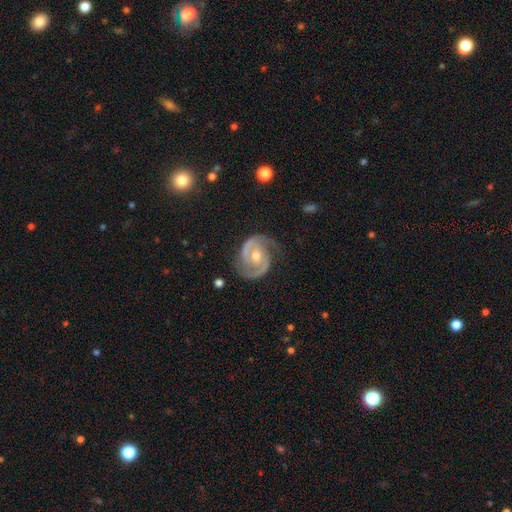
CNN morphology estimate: smooth_or_featured: featured or disk (p=0.91) [alt: star or artifact p=0.04]
disk_edge_on: no (p=0.98) [alt: yes p=0.02]
bar: no (p=0.53) [alt: weak p=0.34]
has_spiral_arms: yes (p=0.98) [alt: no p=0.02]
spiral_winding: medium (p=0.51) [alt: tight p=0.38]
spiral_arm_count: 2 (p=0.93) [alt: can't tell p=0.02]
bulge_size: moderate (p=0.66) [alt: small p=0.30]
merging: none (p=0.78) [alt: minor disturbance p=0.15]